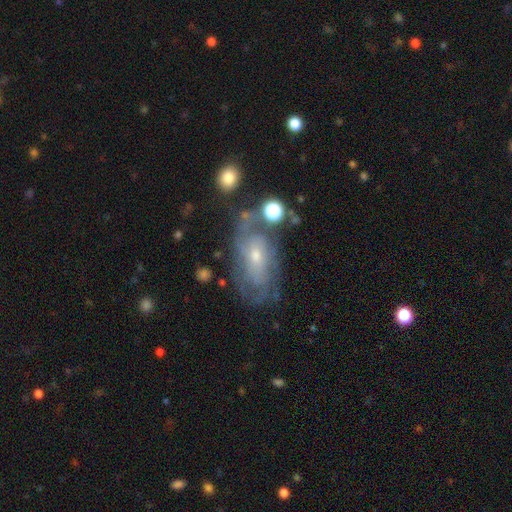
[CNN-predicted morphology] Q: Smooth or featured?
A: featured or disk (75%); runner-up: smooth (17%)
Q: Edge-on disk?
A: no (94%); runner-up: yes (6%)
Q: Bar?
A: no (67%); runner-up: weak (27%)
Q: Spiral arms?
A: yes (84%); runner-up: no (16%)
Q: Spiral winding?
A: tight (56%); runner-up: medium (32%)
Q: Spiral arm count?
A: can't tell (54%); runner-up: 2 (20%)
Q: Bulge size?
A: small (63%); runner-up: moderate (32%)
Q: Merging?
A: none (58%); runner-up: minor disturbance (22%)